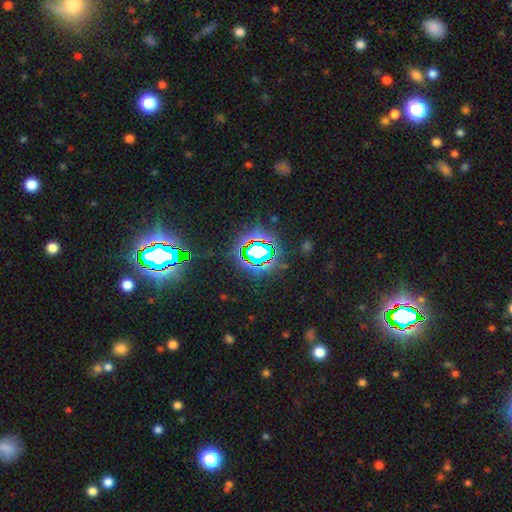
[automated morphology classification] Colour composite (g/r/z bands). It shows a star or artifact, not a galaxy (79%).